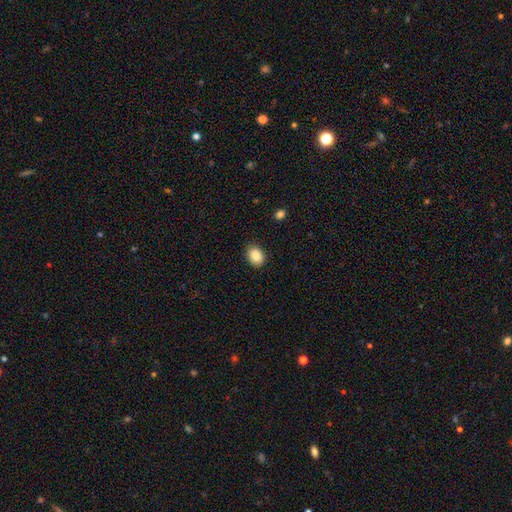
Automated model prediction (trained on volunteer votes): Smooth or featured? smooth (87%)
How rounded? in between (69%)
Merging? none (89%)